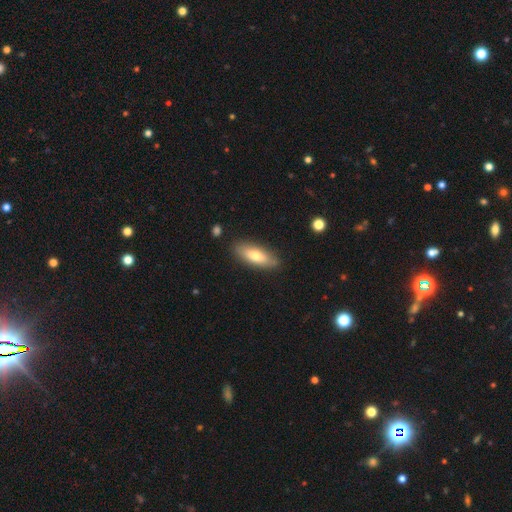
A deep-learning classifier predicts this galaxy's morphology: Smooth or featured? smooth (70%)
How rounded? in between (66%)
Merging? none (86%)